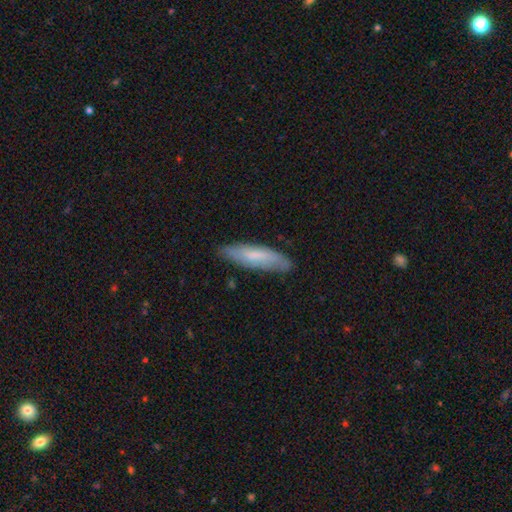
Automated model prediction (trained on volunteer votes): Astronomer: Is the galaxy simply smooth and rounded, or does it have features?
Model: smooth — 67%.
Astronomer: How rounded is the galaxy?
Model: cigar-shaped — 67%.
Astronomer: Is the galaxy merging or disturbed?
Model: none — 79%.